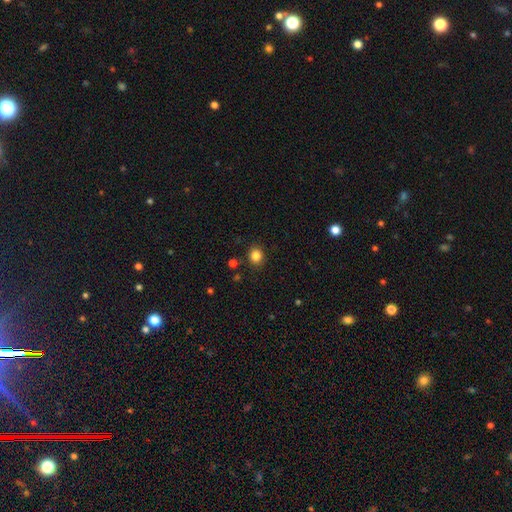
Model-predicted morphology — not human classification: A smooth galaxy with no disk features (83%) that is round (73%). Merging: none (88%).